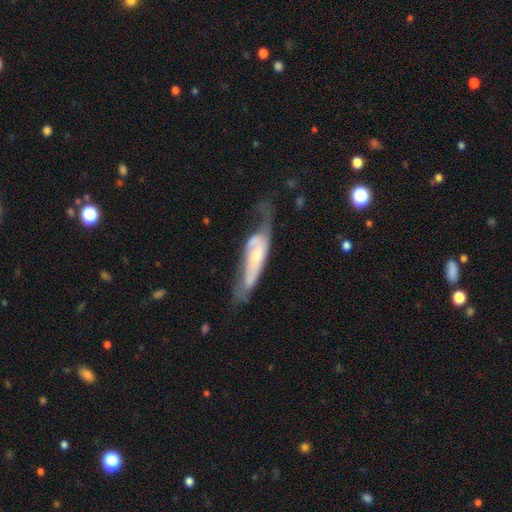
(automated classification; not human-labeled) Smooth or featured? Predicted: featured or disk (p=0.62). Edge-on disk? Predicted: no (p=0.67). Merging? Predicted: major disturbance (p=0.36).